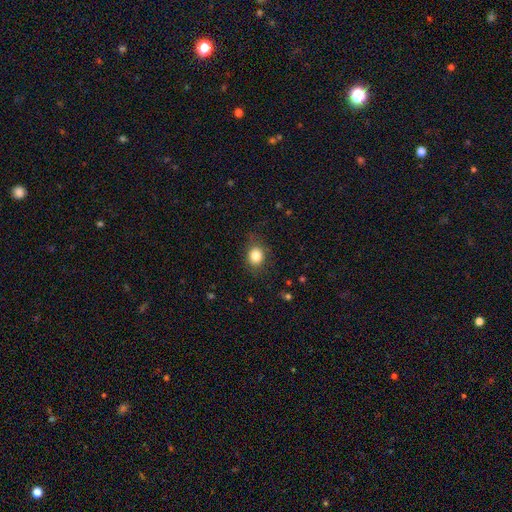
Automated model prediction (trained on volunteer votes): smooth_or_featured: smooth (p=0.83) [alt: star or artifact p=0.10]
how_rounded: round (p=0.66) [alt: in between p=0.33]
merging: none (p=0.77) [alt: minor disturbance p=0.16]